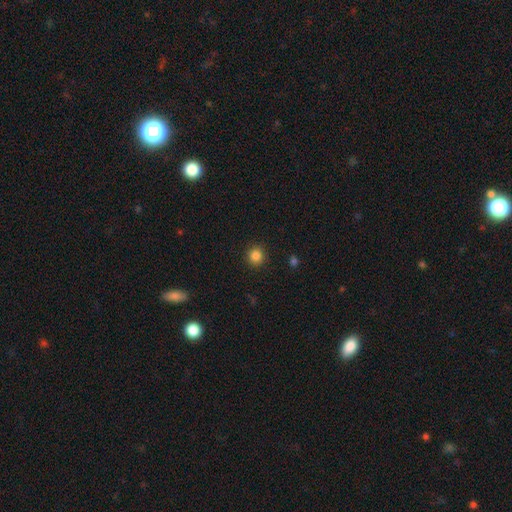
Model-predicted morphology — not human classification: The model was most divided on "smooth or featured": smooth: 85%, star or artifact: 11%, featured or disk: 4%. More confident: how rounded — round (91%); merging — none (91%).